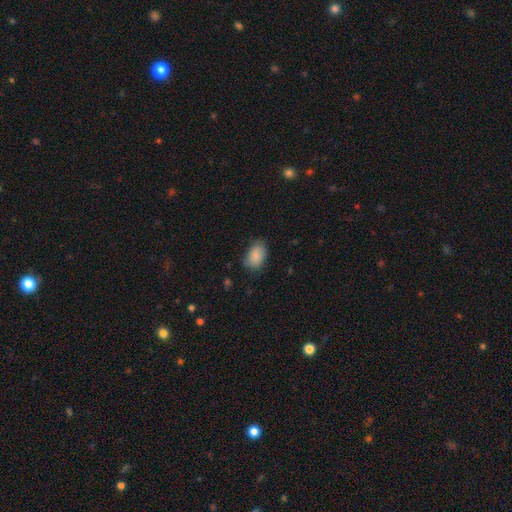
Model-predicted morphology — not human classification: This appears to be a smooth galaxy with no disk features (85%) that is in between round and cigar-shaped (85%). Merging: none (72%).